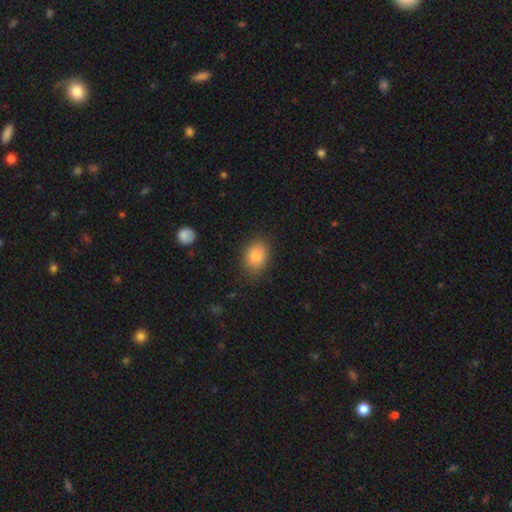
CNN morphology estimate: This appears to be a smooth galaxy with no disk features (85%) that is in between round and cigar-shaped (71%). Merging: none (81%).